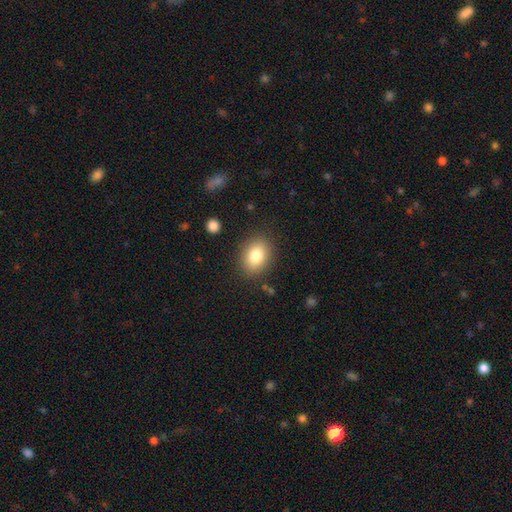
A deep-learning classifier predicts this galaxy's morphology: Overall: smooth (81%). How rounded: in between (62%; round 37%). Merging: none (86%).